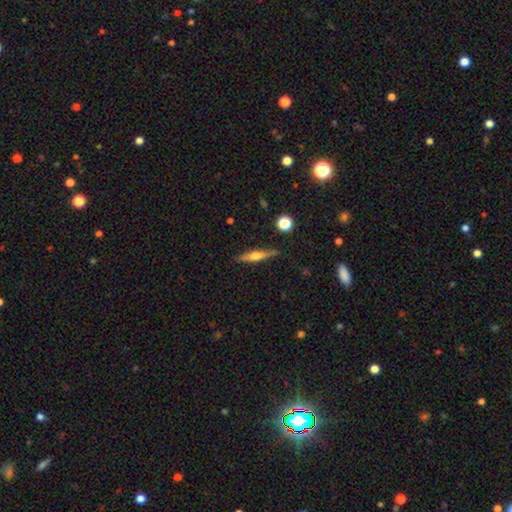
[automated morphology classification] Overall: featured or disk (54%; smooth 39%). Edge-on disk: yes (95%). Edge-on bulge: rounded (88%). Merging: none (86%).